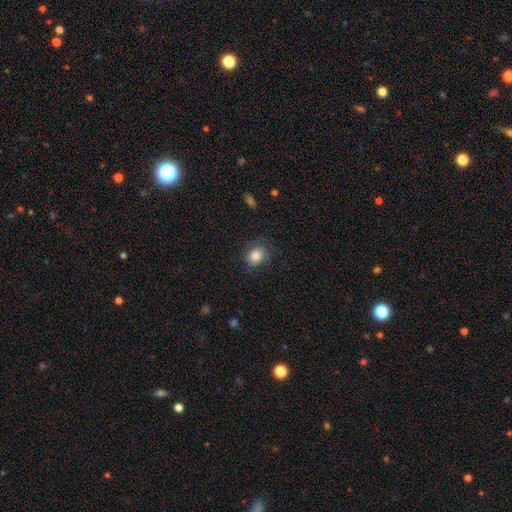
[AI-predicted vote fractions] A smooth galaxy with no disk features (83%) that is round (58%). Merging: none (74%).